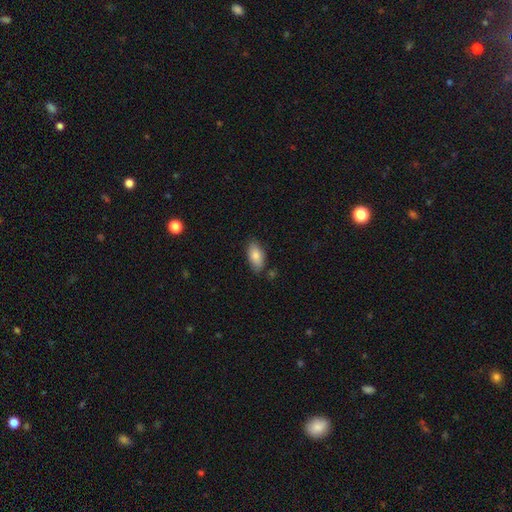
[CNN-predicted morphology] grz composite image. It shows a smooth galaxy with no disk features (83%) that is in between round and cigar-shaped (92%). Merging: none (79%).